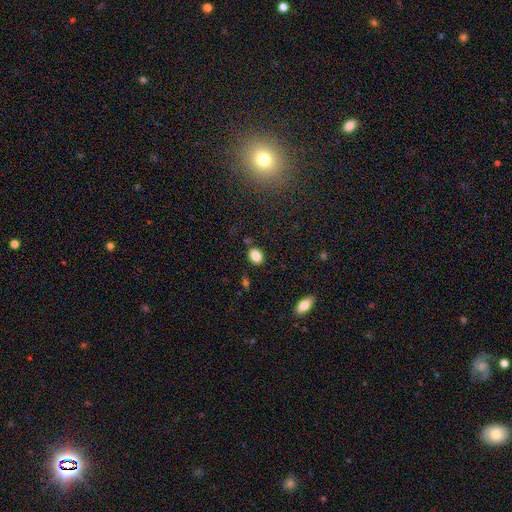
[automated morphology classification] Q: Smooth or featured?
A: smooth (85%); runner-up: star or artifact (9%)
Q: How rounded?
A: in between (73%); runner-up: round (26%)
Q: Merging?
A: none (82%); runner-up: minor disturbance (12%)